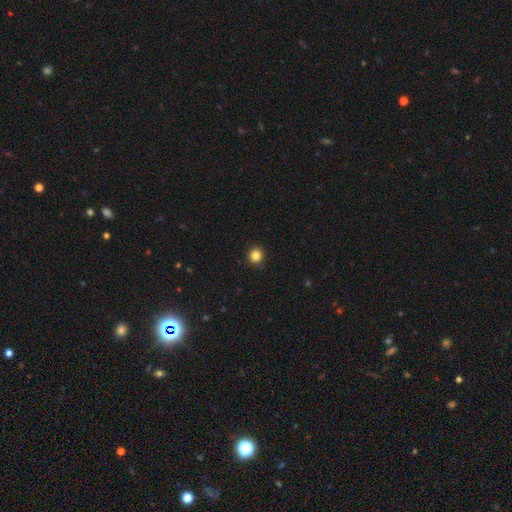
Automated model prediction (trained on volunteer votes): smooth-or-featured: smooth: 85% | star or artifact: 12% | featured or disk: 4%
  how-rounded: round: 93% | in between: 6% | cigar-shaped: 1%
  merging: none: 91% | minor disturbance: 6% | major disturbance: 2% | merger: 1%